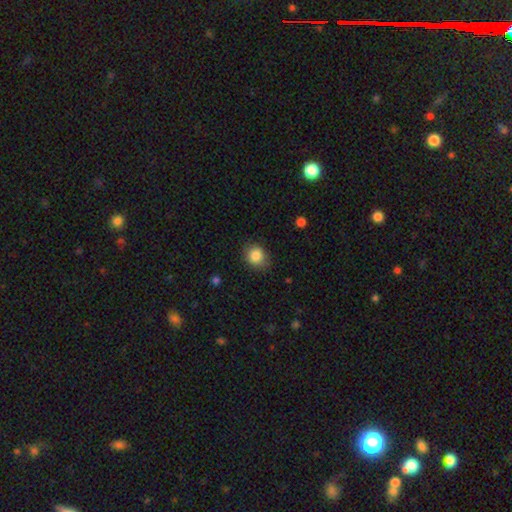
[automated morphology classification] A smooth galaxy with no disk features (85%) that is round (66%). Merging: none (77%).